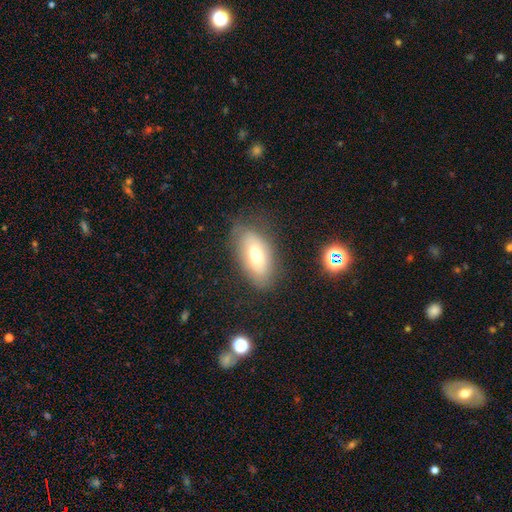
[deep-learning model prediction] smooth 61%, featured or disk 29%, star or artifact 10%. Down the decision tree: how rounded — in between (90%); merging — none (74%).